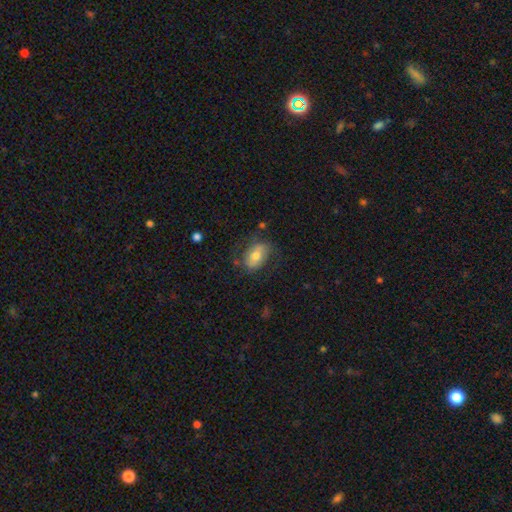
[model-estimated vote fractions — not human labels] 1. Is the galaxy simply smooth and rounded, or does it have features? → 61% smooth, 31% featured or disk, 8% star or artifact.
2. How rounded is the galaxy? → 85% in between, 13% round, 2% cigar-shaped.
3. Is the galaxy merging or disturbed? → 67% none, 20% minor disturbance, 11% major disturbance, 2% merger.